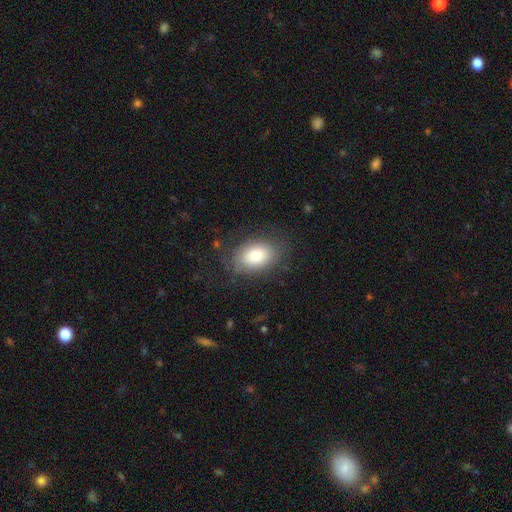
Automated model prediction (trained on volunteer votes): Smooth or featured? smooth (83%)
How rounded? in between (89%)
Merging? none (78%)